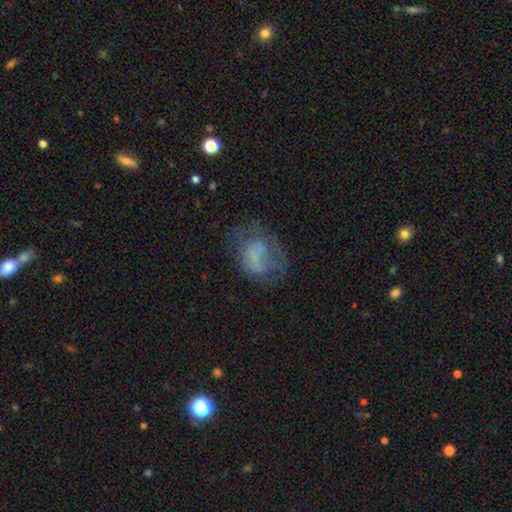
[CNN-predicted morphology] smooth 46%, featured or disk 42%, star or artifact 13%. Down the decision tree: merging — none (41%).